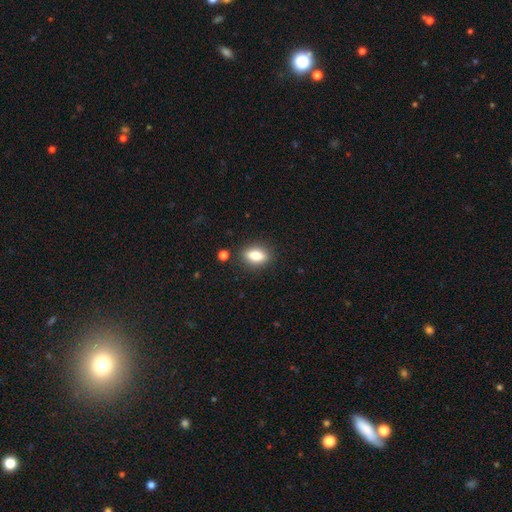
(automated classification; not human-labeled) This appears to be a smooth galaxy with no disk features (78%) that is in between round and cigar-shaped (79%). Merging: none (85%).